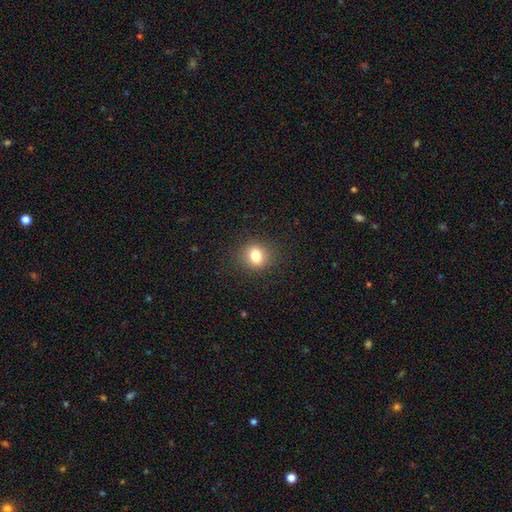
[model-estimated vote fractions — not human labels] Smooth or featured: smooth — 80% (star or artifact — 12%)
How rounded: round — 68% (in between — 31%)
Merging: none — 88% (minor disturbance — 8%)